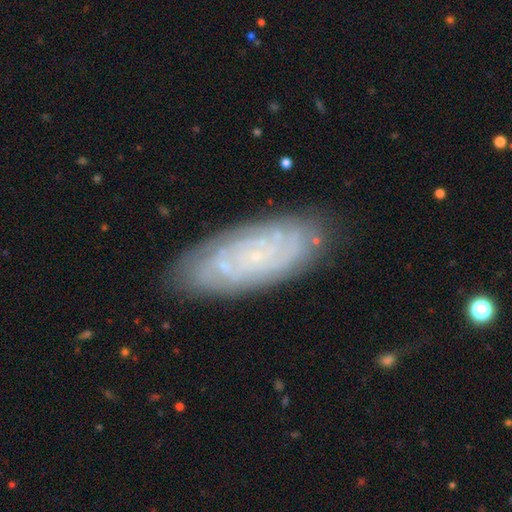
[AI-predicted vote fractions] Morphology: type=featured or disk (77%); edge-on=no (91%); bar=no (78%); spiral arms=yes (93%); winding=tight (80%); arm count=can't tell (45%); bulge=small (87%); merging=none (82%).